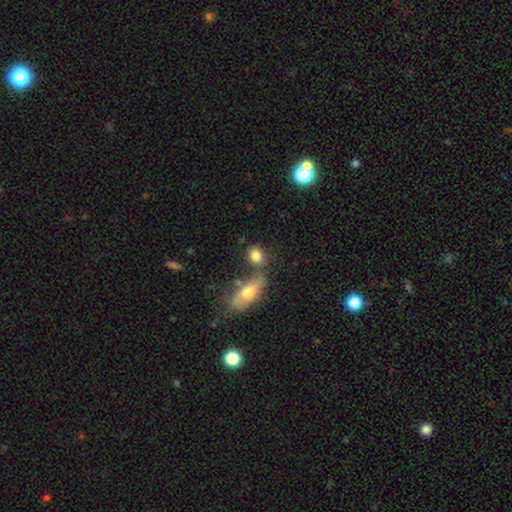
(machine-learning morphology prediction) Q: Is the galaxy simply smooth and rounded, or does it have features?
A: smooth — 81%.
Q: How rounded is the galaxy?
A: in between — 58%.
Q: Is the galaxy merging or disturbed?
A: none — 57%.